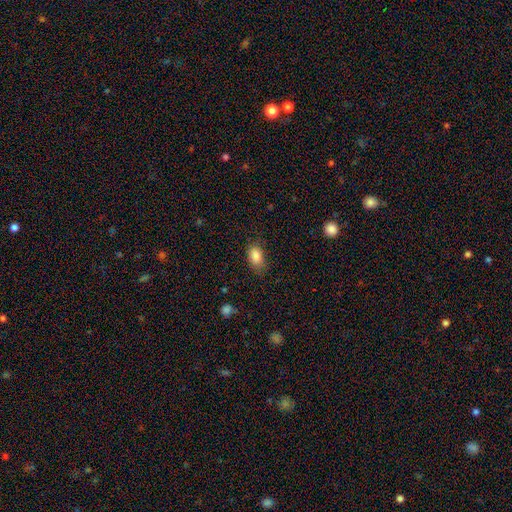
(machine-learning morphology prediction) Smooth or featured? Predicted: smooth (p=0.86). How rounded? Predicted: in between (p=0.87). Merging? Predicted: none (p=0.72).